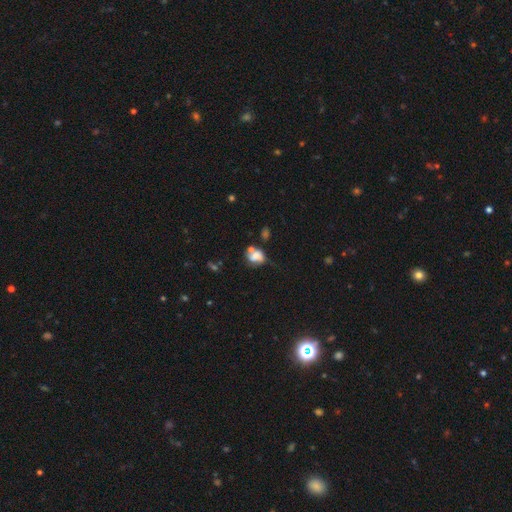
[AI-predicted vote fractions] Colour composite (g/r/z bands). It shows a smooth galaxy with no disk features (65%) that is in between round and cigar-shaped (56%). Merging: merger (32%).